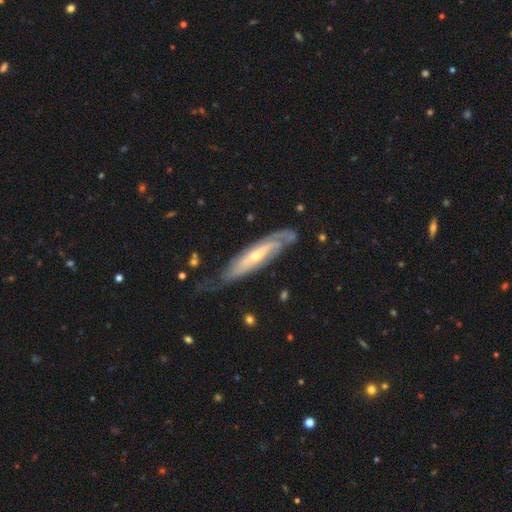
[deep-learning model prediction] The model was most divided on "spiral arm count": 2: 47%, can't tell: 33%, 1: 9%, 3: 6%, 4: 3%, more than 4: 2%. More confident: spiral arms — yes (92%); smooth or featured — featured or disk (80%); edge-on disk — no (74%); merging — none (59%); bulge size — small (56%); spiral winding — tight (55%); bar — no (53%).